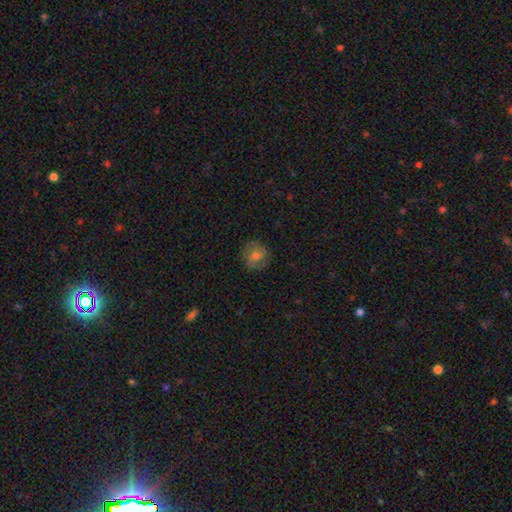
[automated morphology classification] A smooth galaxy with no disk features (57%) that is round (84%).

Vote fractions:
- Smooth or featured? smooth: 57% / featured or disk: 31% / star or artifact: 12%
- How rounded? round: 84% / in between: 15% / cigar-shaped: 1%
- Merging? none: 82% / minor disturbance: 13% / major disturbance: 4% / merger: 1%